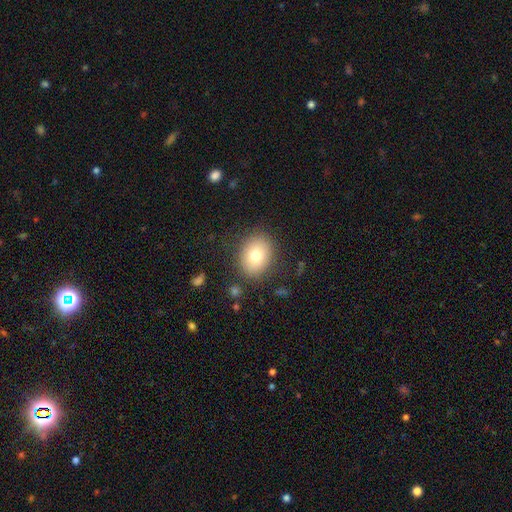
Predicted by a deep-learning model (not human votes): Overall: smooth (75%). How rounded: round (50%; in between 49%). Merging: none (84%).